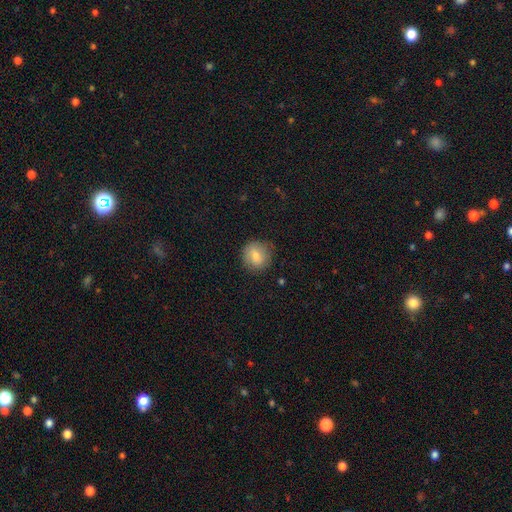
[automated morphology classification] smooth_or_featured: smooth (p=0.77) [alt: featured or disk p=0.15]
how_rounded: round (p=0.88) [alt: in between p=0.11]
merging: none (p=0.80) [alt: minor disturbance p=0.15]